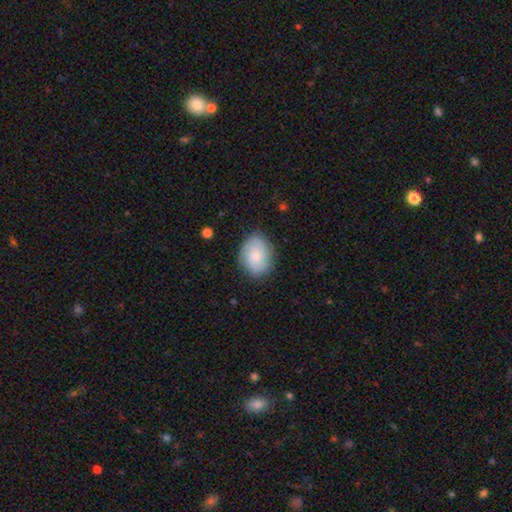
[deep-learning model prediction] smooth 50%, featured or disk 43%, star or artifact 7%. Down the decision tree: merging — none (79%).